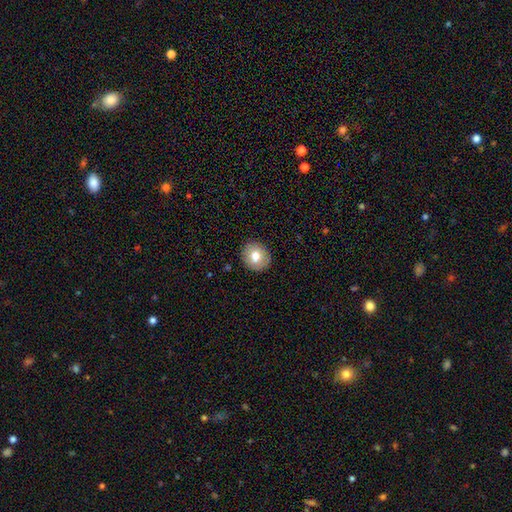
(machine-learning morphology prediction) A smooth galaxy with no disk features (75%) that is round (77%). Merging: none (89%).